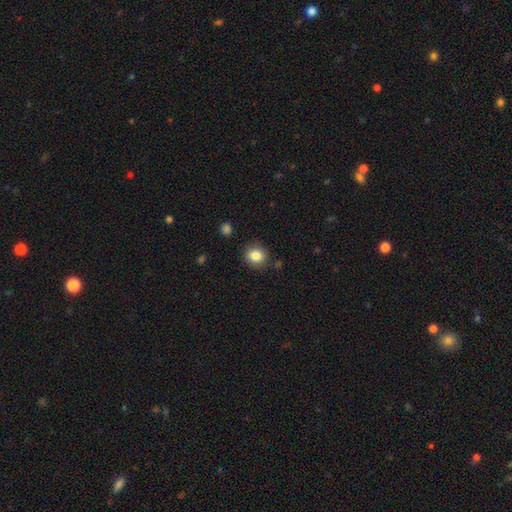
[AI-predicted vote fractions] Smooth or featured?
  - smooth: 84% *
  - star or artifact: 10%
  - featured or disk: 6%
How rounded?
  - round: 77% *
  - in between: 22%
  - cigar-shaped: 1%
Merging?
  - none: 85% *
  - minor disturbance: 10%
  - major disturbance: 3%
  - merger: 2%